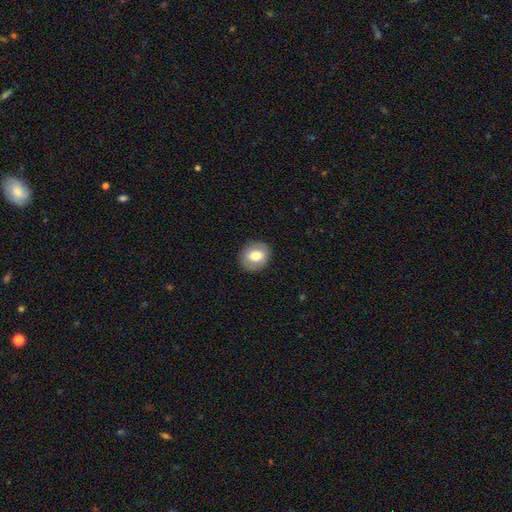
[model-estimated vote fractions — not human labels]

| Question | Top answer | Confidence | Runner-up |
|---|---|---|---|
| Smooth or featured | smooth | 70% | featured or disk (22%) |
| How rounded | round | 66% | in between (33%) |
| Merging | none | 88% | minor disturbance (8%) |